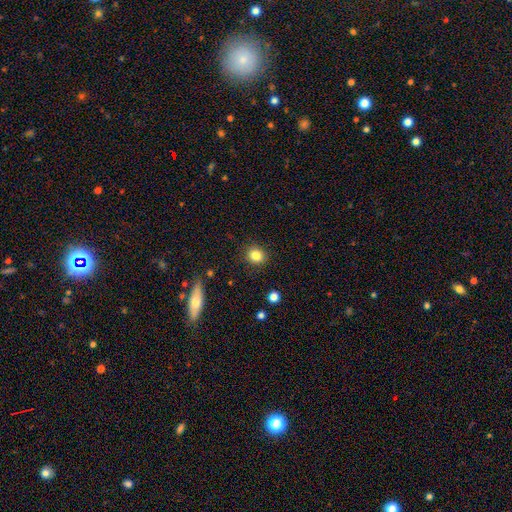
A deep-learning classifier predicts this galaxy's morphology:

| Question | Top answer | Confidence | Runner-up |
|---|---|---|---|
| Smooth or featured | smooth | 83% | star or artifact (11%) |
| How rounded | round | 76% | in between (23%) |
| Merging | none | 89% | minor disturbance (8%) |